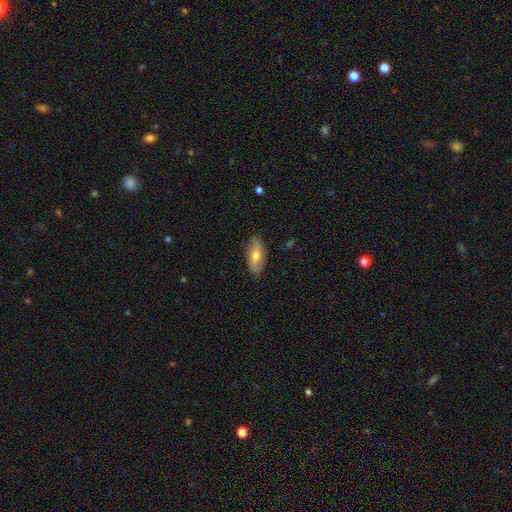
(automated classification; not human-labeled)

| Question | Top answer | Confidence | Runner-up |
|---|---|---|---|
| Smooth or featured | smooth | 66% | featured or disk (28%) |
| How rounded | in between | 85% | cigar-shaped (12%) |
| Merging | none | 84% | minor disturbance (13%) |